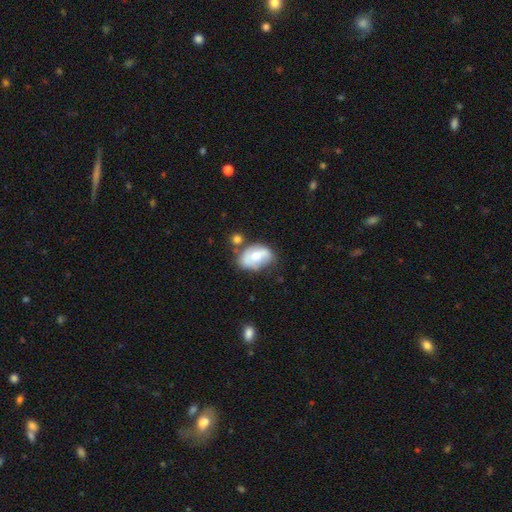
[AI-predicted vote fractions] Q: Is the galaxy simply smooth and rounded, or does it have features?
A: smooth — 48%.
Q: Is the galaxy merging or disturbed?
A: none — 46%.